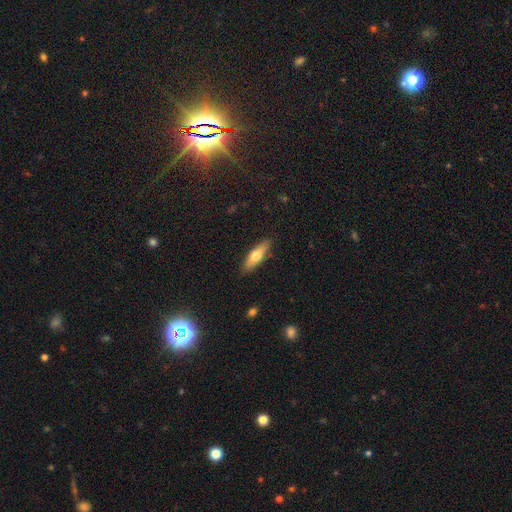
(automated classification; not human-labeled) smooth 62%, featured or disk 32%, star or artifact 6%. Down the decision tree: how rounded — cigar-shaped (59%); merging — none (88%).